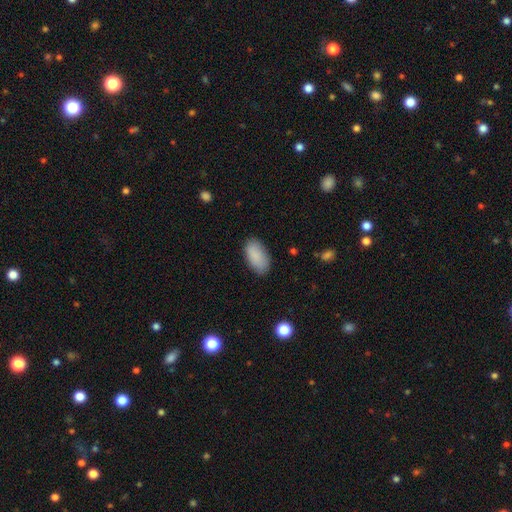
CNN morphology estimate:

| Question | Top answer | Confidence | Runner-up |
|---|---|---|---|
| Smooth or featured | smooth | 88% | star or artifact (7%) |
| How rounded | in between | 94% | cigar-shaped (3%) |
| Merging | none | 84% | minor disturbance (12%) |